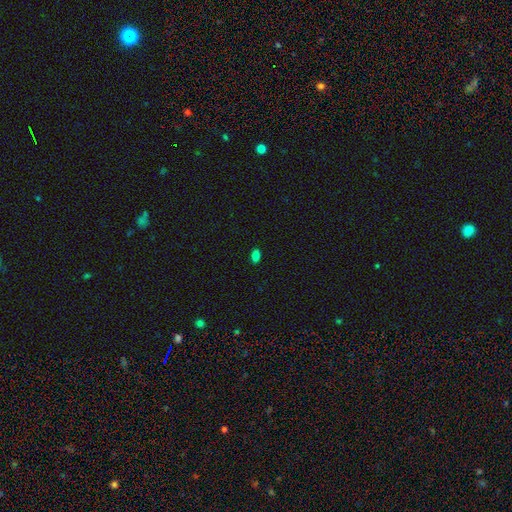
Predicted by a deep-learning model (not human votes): Smooth or featured? smooth (82%)
How rounded? in between (89%)
Merging? none (89%)